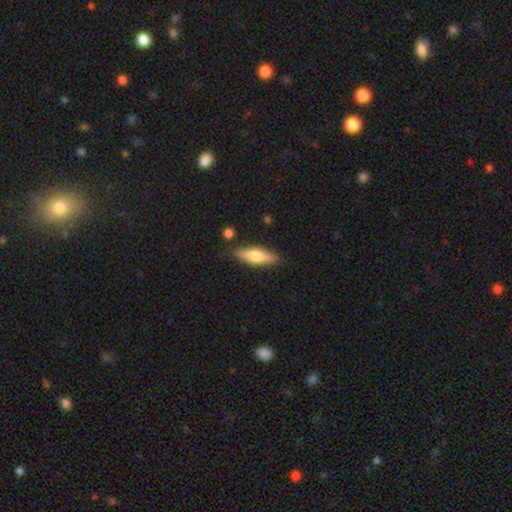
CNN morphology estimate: smooth-or-featured: smooth: 57% | featured or disk: 37% | star or artifact: 6%
  how-rounded: cigar-shaped: 58% | in between: 40% | round: 2%
  merging: none: 83% | minor disturbance: 11% | merger: 3% | major disturbance: 3%